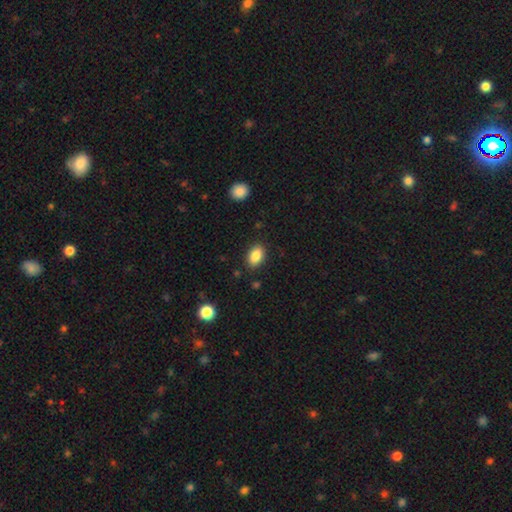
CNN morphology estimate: smooth 86%, star or artifact 8%, featured or disk 6%. Down the decision tree: how rounded — in between (88%); merging — none (86%).